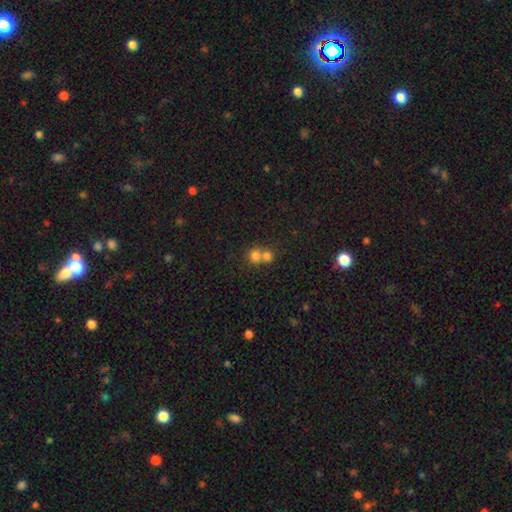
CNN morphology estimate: Smooth or featured?
  - smooth: 76% *
  - star or artifact: 13%
  - featured or disk: 11%
How rounded?
  - round: 86% *
  - in between: 13%
  - cigar-shaped: 1%
Merging?
  - merger: 57% *
  - none: 36%
  - minor disturbance: 5%
  - major disturbance: 2%